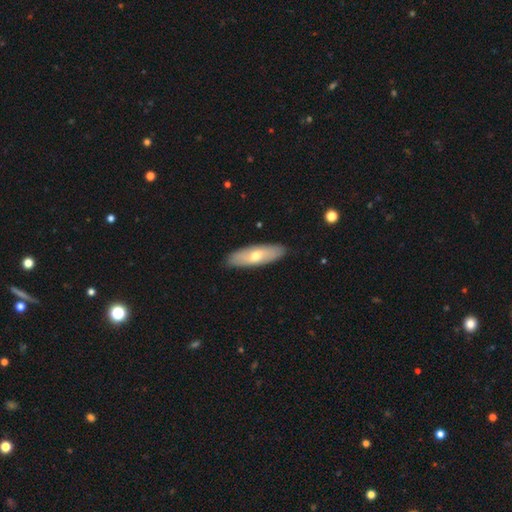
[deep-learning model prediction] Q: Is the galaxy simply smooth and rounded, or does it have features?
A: smooth — 57%.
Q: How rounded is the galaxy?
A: in between — 57%.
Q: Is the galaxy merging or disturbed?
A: none — 88%.